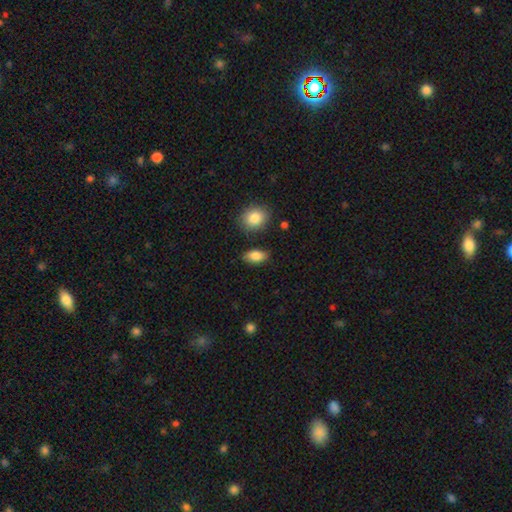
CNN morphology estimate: smooth-or-featured: smooth: 84% | featured or disk: 9% | star or artifact: 7%
  how-rounded: in between: 89% | round: 6% | cigar-shaped: 4%
  merging: none: 83% | minor disturbance: 12% | major disturbance: 3% | merger: 3%